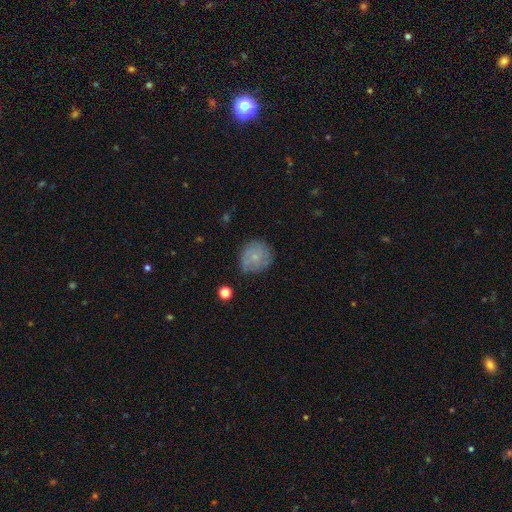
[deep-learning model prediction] Overall: smooth (60%; featured or disk 31%). How rounded: round (84%). Merging: none (68%).